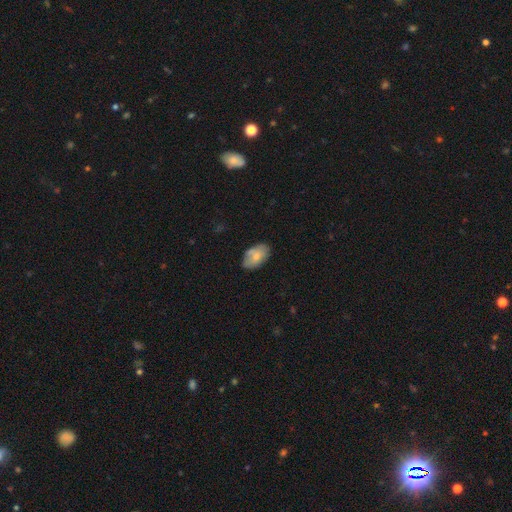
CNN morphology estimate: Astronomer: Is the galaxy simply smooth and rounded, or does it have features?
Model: smooth — 72%.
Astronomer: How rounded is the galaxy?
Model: in between — 92%.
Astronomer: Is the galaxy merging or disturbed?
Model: none — 67%.